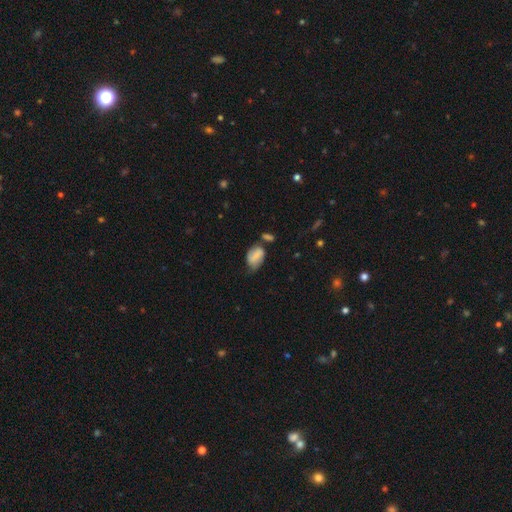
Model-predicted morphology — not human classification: smooth_or_featured: smooth (p=0.73) [alt: featured or disk p=0.18]
how_rounded: in between (p=0.84) [alt: round p=0.14]
merging: none (p=0.37) [alt: minor disturbance p=0.36]